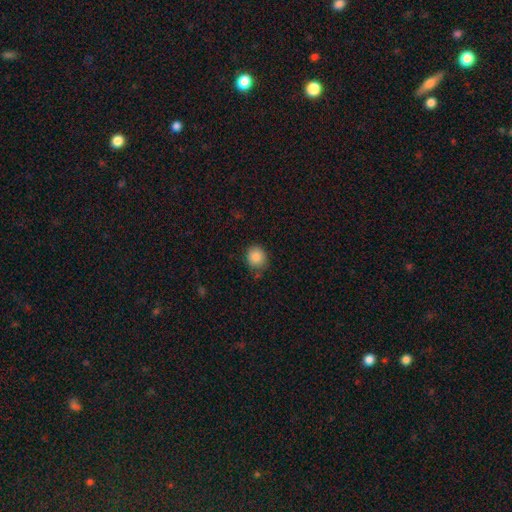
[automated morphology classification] type=smooth (86%); roundness=round (80%); merging=none (76%).